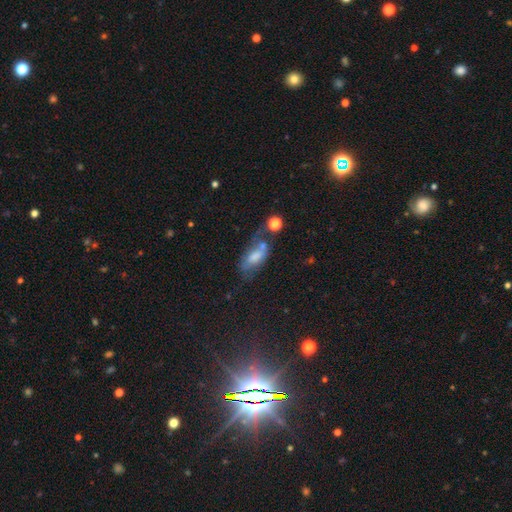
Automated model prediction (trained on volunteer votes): Q: Smooth or featured?
A: smooth (51%); runner-up: featured or disk (36%)
Q: How rounded?
A: in between (82%); runner-up: cigar-shaped (12%)
Q: Merging?
A: none (31%); runner-up: major disturbance (27%)